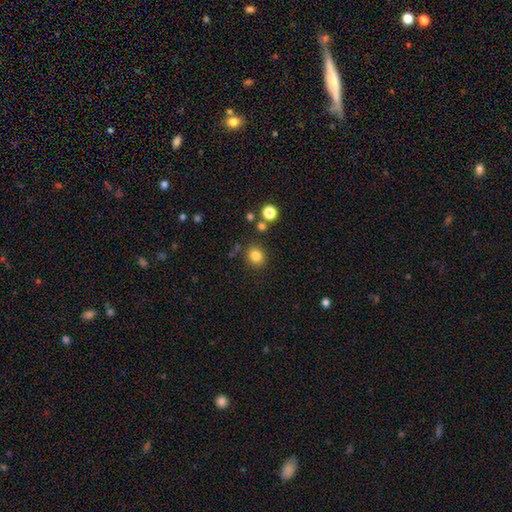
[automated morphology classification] A smooth galaxy with no disk features (82%) that is round (74%).

Vote fractions:
- Smooth or featured? smooth: 82% / star or artifact: 12% / featured or disk: 5%
- How rounded? round: 74% / in between: 25% / cigar-shaped: 1%
- Merging? none: 85% / minor disturbance: 9% / merger: 4% / major disturbance: 3%